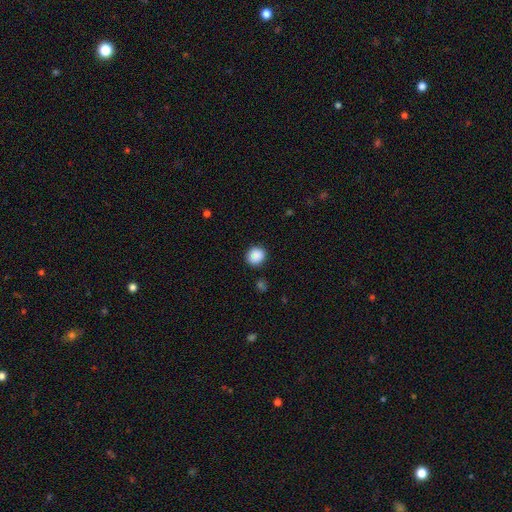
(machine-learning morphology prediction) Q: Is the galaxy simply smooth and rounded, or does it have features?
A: smooth — 87%.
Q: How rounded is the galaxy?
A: round — 81%.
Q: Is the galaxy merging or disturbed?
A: none — 84%.